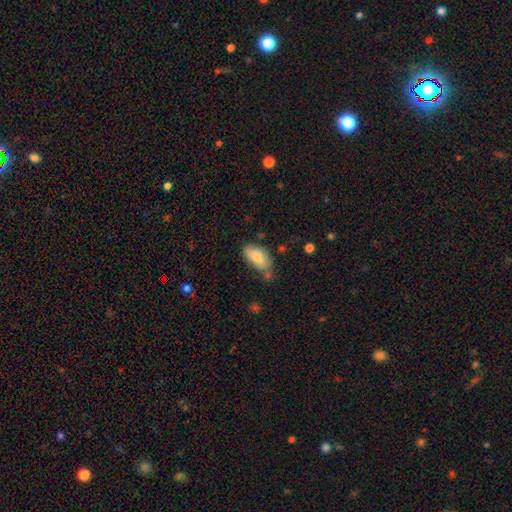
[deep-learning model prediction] A smooth galaxy with no disk features (81%) that is in between round and cigar-shaped (92%).

Vote fractions:
- Smooth or featured? smooth: 81% / featured or disk: 12% / star or artifact: 7%
- How rounded? in between: 92% / cigar-shaped: 5% / round: 3%
- Merging? none: 61% / minor disturbance: 25% / merger: 8% / major disturbance: 5%